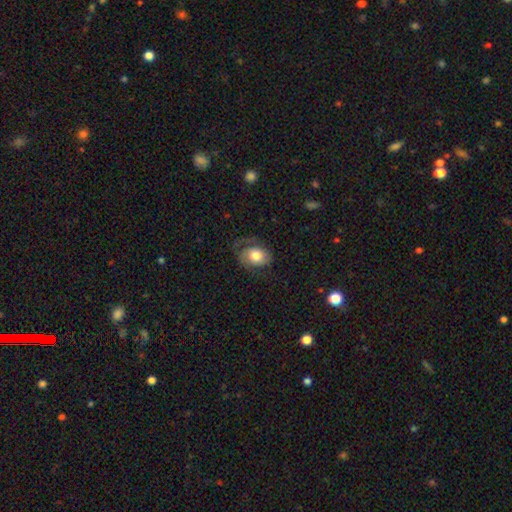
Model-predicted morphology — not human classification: Overall: smooth (55%; featured or disk 37%). How rounded: in between (63%; round 36%). Merging: none (51%; minor disturbance 24%).